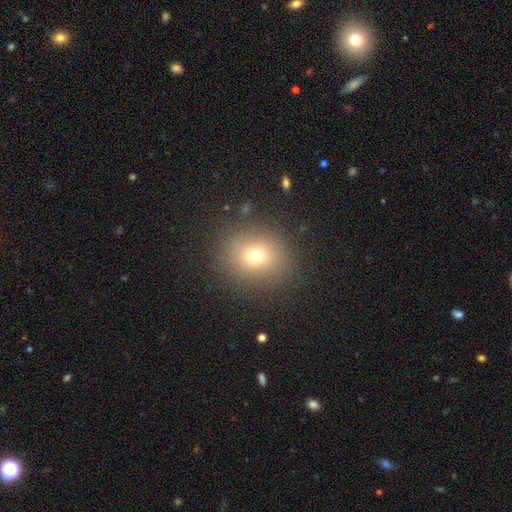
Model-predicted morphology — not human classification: This is likely a smooth galaxy (68%). How rounded: clearly round (80%). Merging: clearly none (85%).